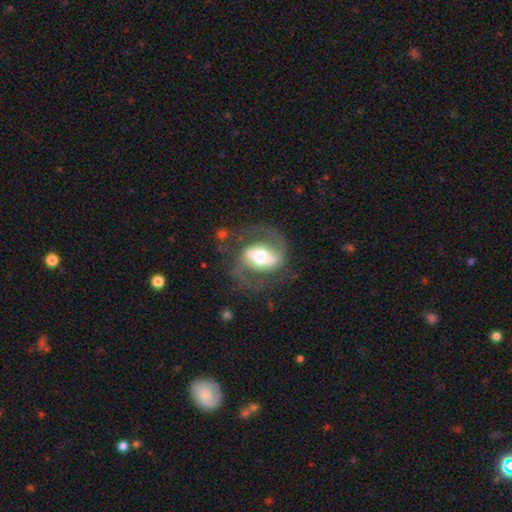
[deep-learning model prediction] Smooth or featured?
  - featured or disk: 87% *
  - smooth: 8%
  - star or artifact: 5%
Edge-on disk?
  - no: 97% *
  - yes: 3%
Bar?
  - strong: 56% *
  - weak: 30%
  - no: 14%
Spiral arms?
  - yes: 94% *
  - no: 6%
Spiral winding?
  - medium: 57% *
  - loose: 27%
  - tight: 16%
Spiral arm count?
  - 2: 92% *
  - 1: 3%
  - can't tell: 2%
  - 3: 1%
  - 4: 1%
  - more than 4: 1%
Bulge size?
  - moderate: 50% *
  - large: 32%
  - small: 11%
  - dominant: 5%
  - none: 2%
Merging?
  - none: 71% *
  - minor disturbance: 15%
  - major disturbance: 13%
  - merger: 2%